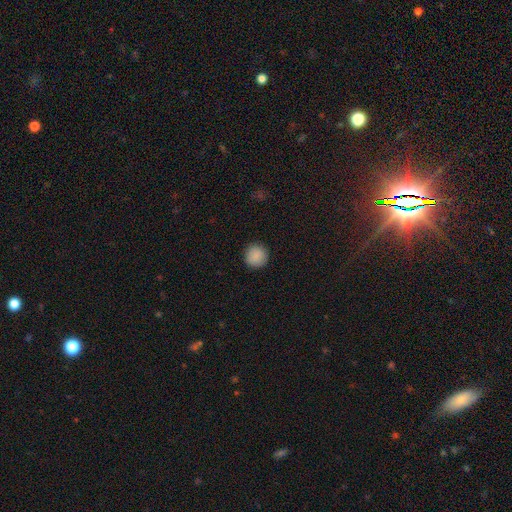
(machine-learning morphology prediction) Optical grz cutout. It shows a smooth galaxy with no disk features (89%) that is round (95%). Merging: none (91%).